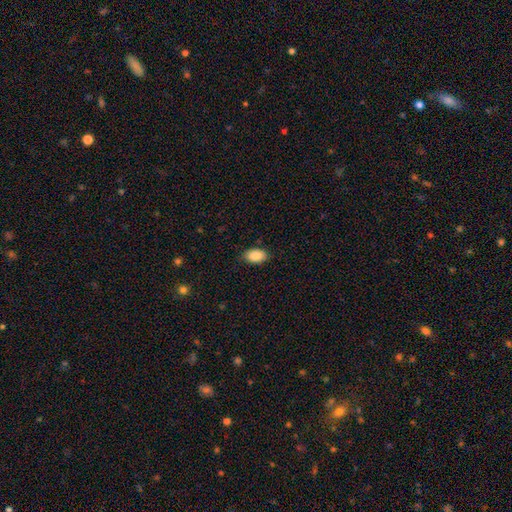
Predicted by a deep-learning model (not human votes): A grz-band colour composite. It shows a smooth galaxy with no disk features (89%) that is in between round and cigar-shaped (93%). Merging: none (86%).